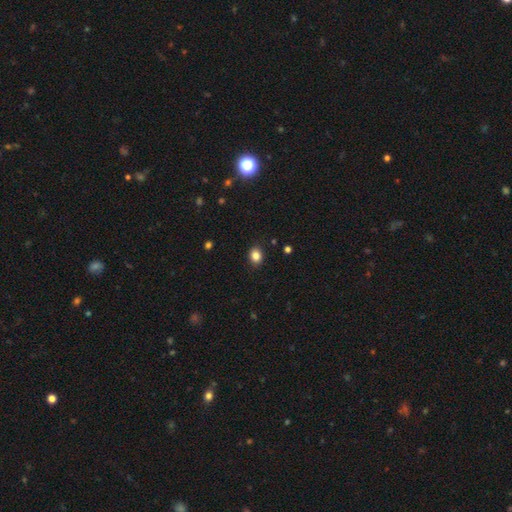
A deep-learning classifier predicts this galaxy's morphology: smooth-or-featured: smooth: 84% | star or artifact: 11% | featured or disk: 5%
  how-rounded: round: 53% | in between: 46% | cigar-shaped: 1%
  merging: none: 89% | minor disturbance: 8% | major disturbance: 2% | merger: 1%